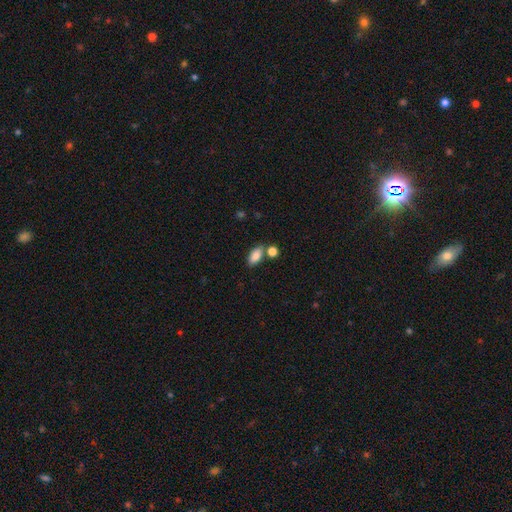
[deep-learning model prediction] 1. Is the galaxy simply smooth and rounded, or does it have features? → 85% smooth, 8% star or artifact, 7% featured or disk.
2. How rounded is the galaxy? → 89% in between, 6% cigar-shaped, 5% round.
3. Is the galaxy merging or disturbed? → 67% none, 18% merger, 12% minor disturbance, 3% major disturbance.